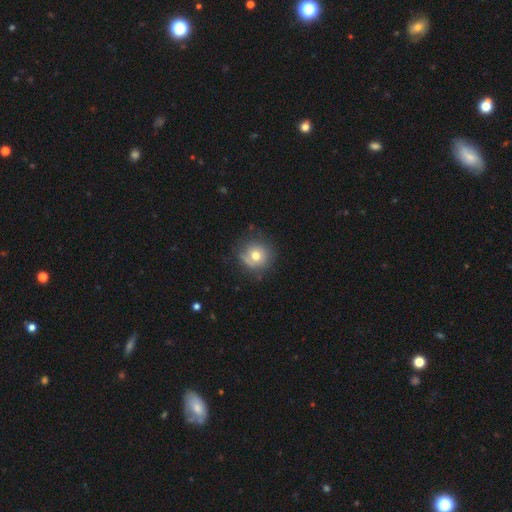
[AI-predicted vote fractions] smooth-or-featured: smooth: 66% | featured or disk: 23% | star or artifact: 11%
  how-rounded: round: 92% | in between: 7% | cigar-shaped: 1%
  merging: none: 69% | minor disturbance: 21% | major disturbance: 8% | merger: 2%